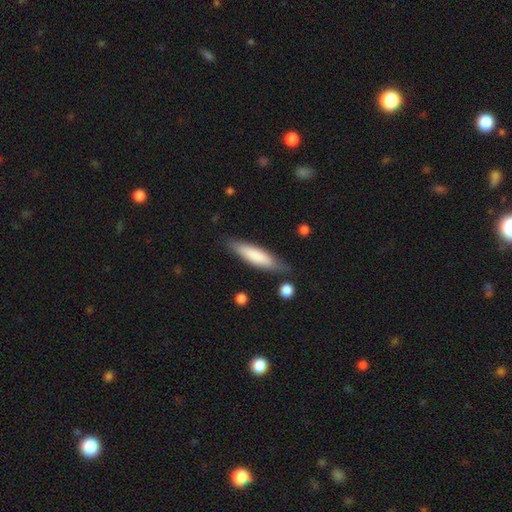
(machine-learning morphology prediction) Overall: smooth (76%). How rounded: cigar-shaped (71%). Merging: none (77%).